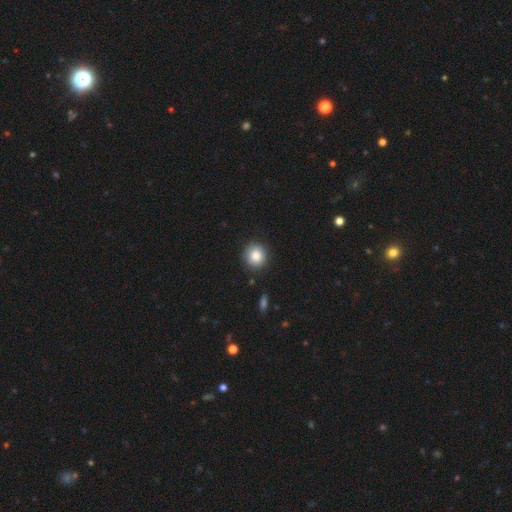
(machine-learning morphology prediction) smooth 85%, star or artifact 9%, featured or disk 6%. Down the decision tree: how rounded — round (89%); merging — none (86%).